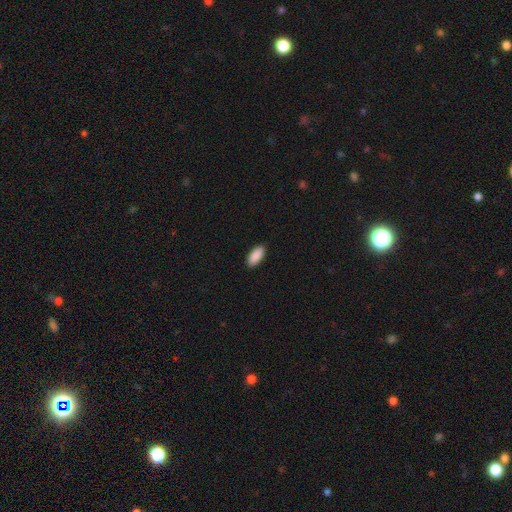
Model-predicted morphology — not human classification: type=smooth (91%); roundness=in between (90%); merging=none (90%).